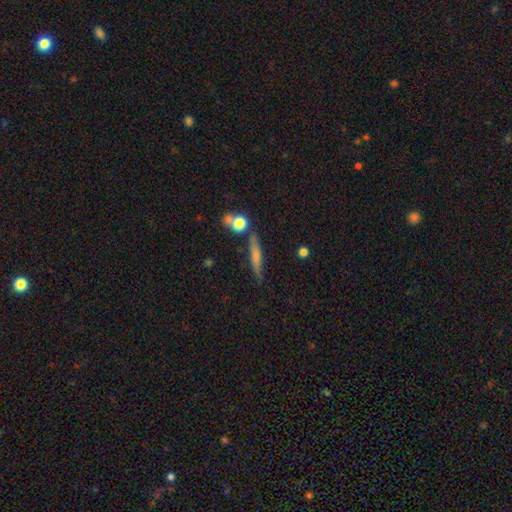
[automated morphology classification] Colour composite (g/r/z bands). It shows a featured or disk galaxy (48%). Merging: none (80%).